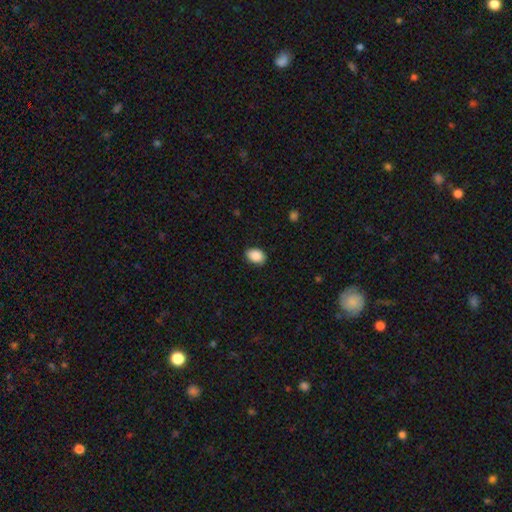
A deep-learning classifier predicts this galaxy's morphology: smooth_or_featured: smooth (p=0.90) [alt: star or artifact p=0.07]
how_rounded: in between (p=0.80) [alt: round p=0.19]
merging: none (p=0.87) [alt: minor disturbance p=0.10]